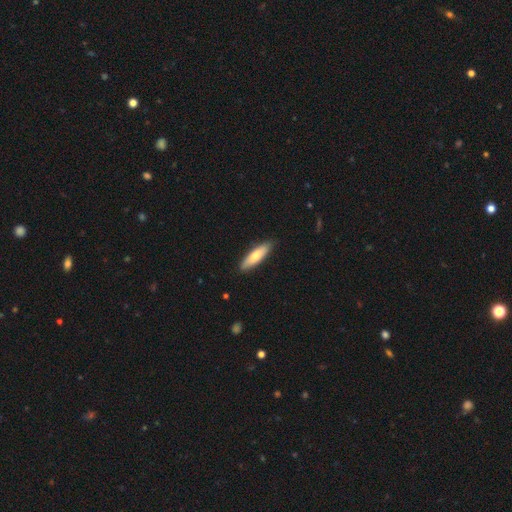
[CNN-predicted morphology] smooth_or_featured: smooth (p=0.74) [alt: featured or disk p=0.21]
how_rounded: cigar-shaped (p=0.64) [alt: in between p=0.35]
merging: none (p=0.87) [alt: minor disturbance p=0.10]